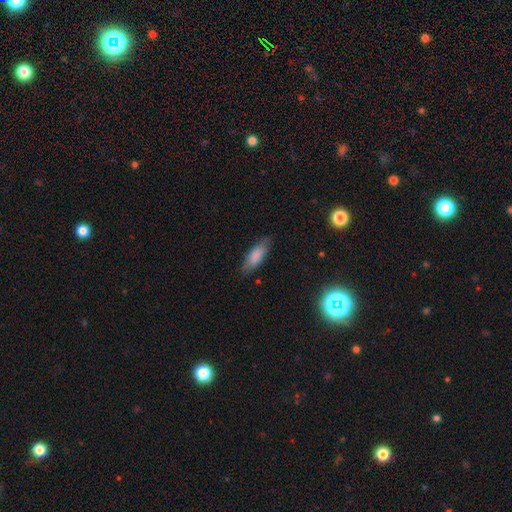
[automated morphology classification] Overall: smooth (83%). How rounded: in between (64%; cigar-shaped 34%). Merging: none (81%).